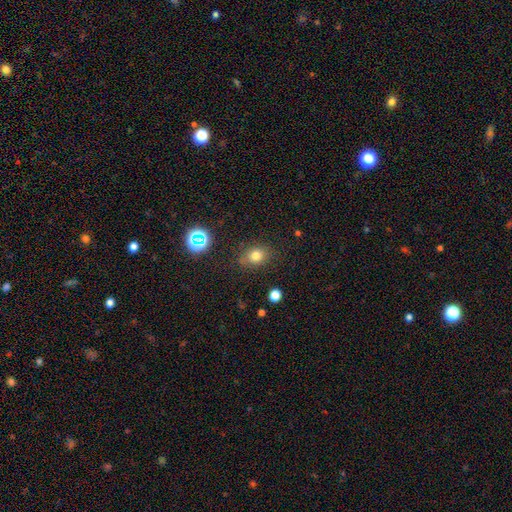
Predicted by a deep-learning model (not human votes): smooth-or-featured: smooth: 75% | star or artifact: 17% | featured or disk: 9%
  how-rounded: round: 53% | in between: 45% | cigar-shaped: 1%
  merging: none: 80% | minor disturbance: 14% | major disturbance: 4% | merger: 2%